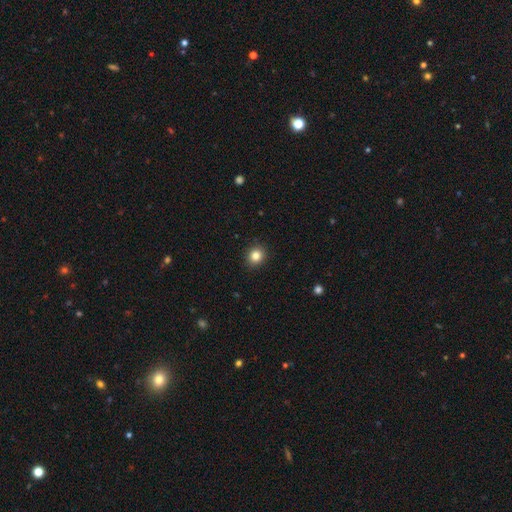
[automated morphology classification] Q: Smooth or featured?
A: smooth (83%); runner-up: star or artifact (11%)
Q: How rounded?
A: round (81%); runner-up: in between (19%)
Q: Merging?
A: none (91%); runner-up: minor disturbance (6%)